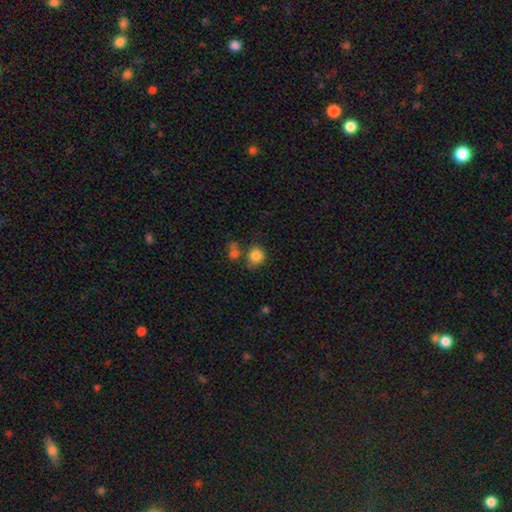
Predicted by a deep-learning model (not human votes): smooth-or-featured: smooth: 84% | star or artifact: 10% | featured or disk: 6%
  how-rounded: round: 79% | in between: 20% | cigar-shaped: 1%
  merging: none: 63% | merger: 16% | minor disturbance: 16% | major disturbance: 6%